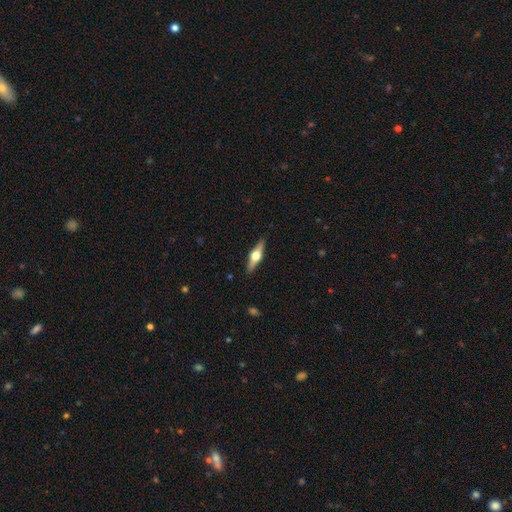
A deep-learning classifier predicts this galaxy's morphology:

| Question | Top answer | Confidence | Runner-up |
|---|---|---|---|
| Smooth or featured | featured or disk | 69% | smooth (25%) |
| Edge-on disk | yes | 97% | no (3%) |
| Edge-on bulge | rounded | 96% | boxy (3%) |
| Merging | none | 90% | minor disturbance (7%) |